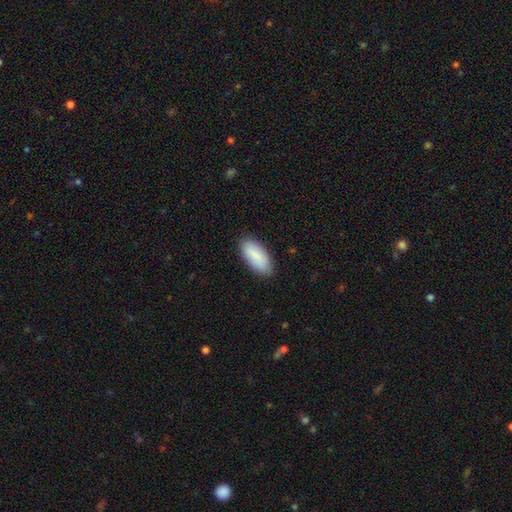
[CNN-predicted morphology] Smooth or featured: smooth — 85% (featured or disk — 10%)
How rounded: in between — 89% (cigar-shaped — 10%)
Merging: none — 83% (minor disturbance — 13%)